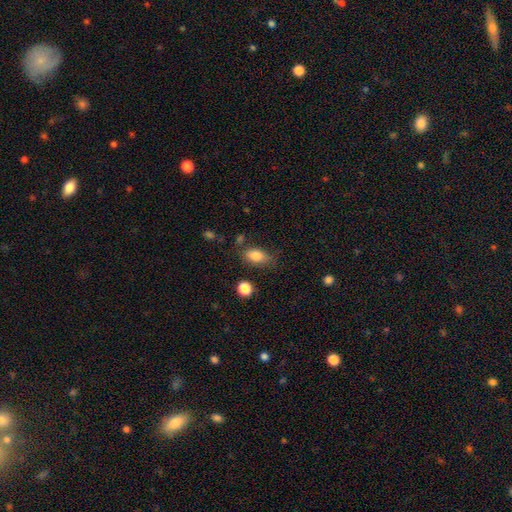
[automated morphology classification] This appears to be a smooth galaxy with no disk features (83%) that is in between round and cigar-shaped (87%). Merging: none (69%).